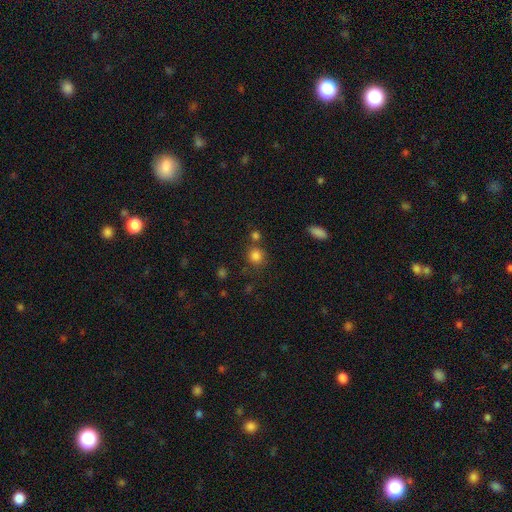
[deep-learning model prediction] Smooth or featured? Predicted: smooth (p=0.82). How rounded? Predicted: round (p=0.88). Merging? Predicted: none (p=0.69).